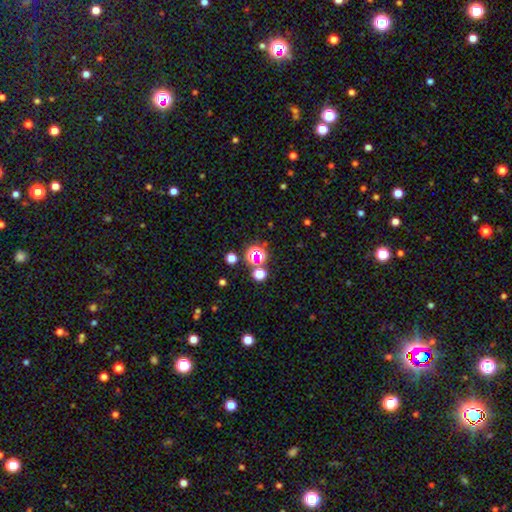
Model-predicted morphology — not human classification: smooth_or_featured: star or artifact (p=0.54) [alt: smooth p=0.36]